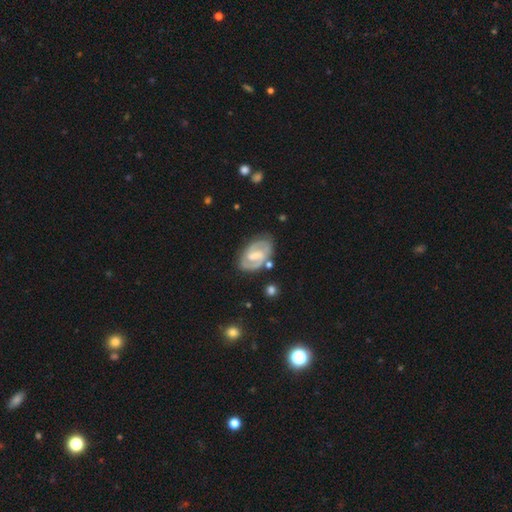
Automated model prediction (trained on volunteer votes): Smooth or featured? featured or disk (82%)
Edge-on disk? no (97%)
Bar? weak (53%)
Spiral arms? yes (93%)
Spiral winding? medium (46%)
Spiral arm count? 2 (85%)
Bulge size? small (39%)
Merging? none (75%)